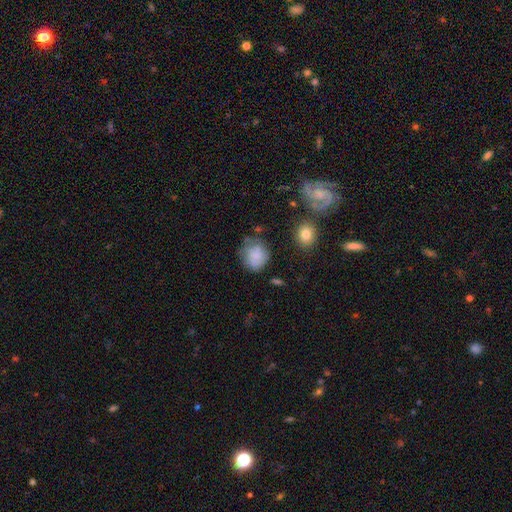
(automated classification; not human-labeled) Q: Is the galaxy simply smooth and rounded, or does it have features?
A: smooth — 72%.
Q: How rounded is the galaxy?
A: round — 78%.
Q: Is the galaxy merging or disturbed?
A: none — 60%.